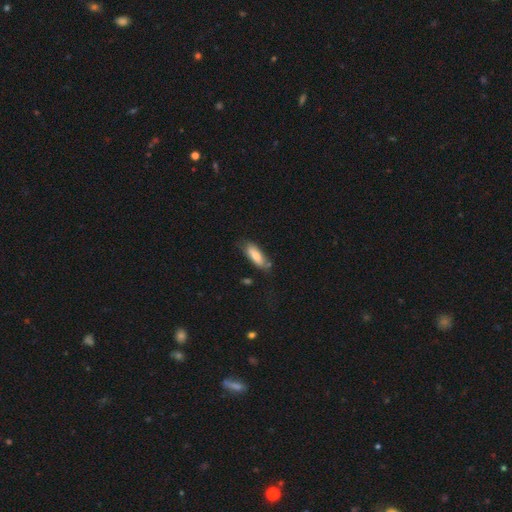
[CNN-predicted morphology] The model was most divided on "how rounded": in between: 63%, cigar-shaped: 35%, round: 2%. More confident: smooth or featured — smooth (75%); merging — none (66%).